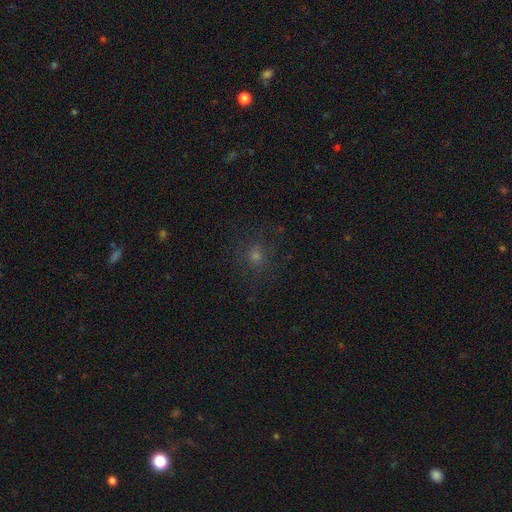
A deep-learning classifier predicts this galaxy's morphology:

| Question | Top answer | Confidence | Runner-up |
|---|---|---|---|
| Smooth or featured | smooth | 62% | star or artifact (26%) |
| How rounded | round | 85% | in between (14%) |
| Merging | none | 79% | minor disturbance (12%) |